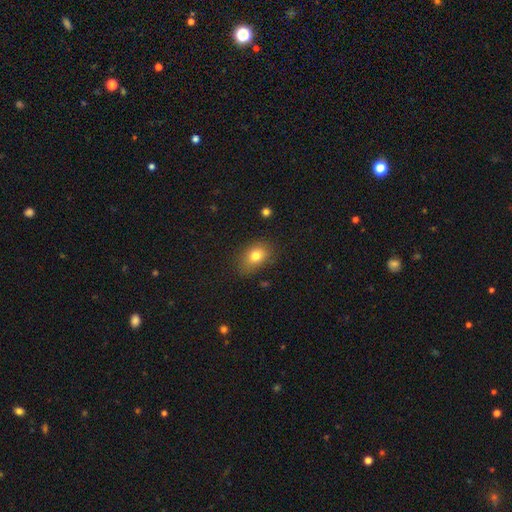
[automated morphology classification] smooth_or_featured: smooth (p=0.78) [alt: featured or disk p=0.11]
how_rounded: in between (p=0.72) [alt: round p=0.27]
merging: none (p=0.74) [alt: minor disturbance p=0.19]